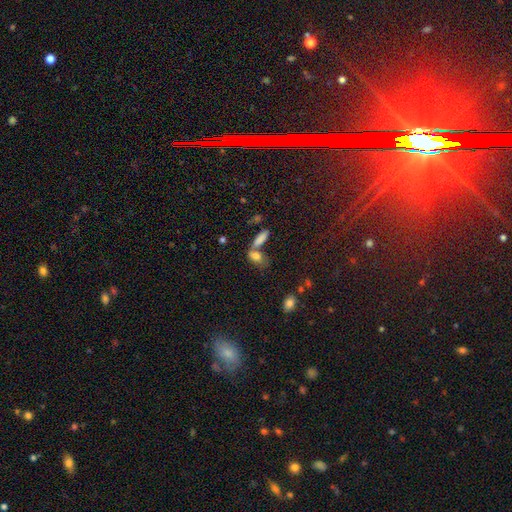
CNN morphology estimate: A smooth galaxy with no disk features (75%) that is in between round and cigar-shaped (77%).

Vote fractions:
- Smooth or featured? smooth: 75% / featured or disk: 13% / star or artifact: 12%
- How rounded? in between: 77% / cigar-shaped: 15% / round: 8%
- Merging? merger: 45% / none: 36% / minor disturbance: 12% / major disturbance: 7%